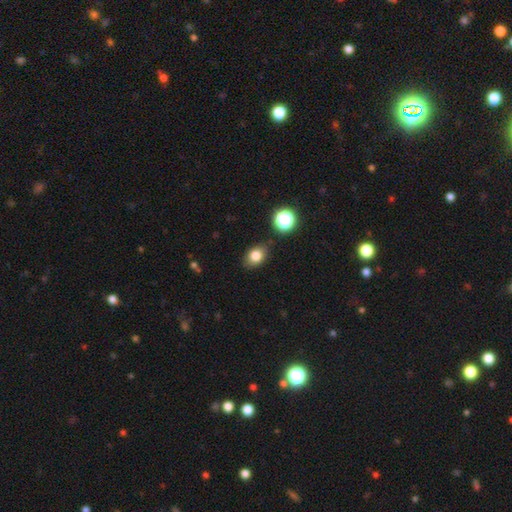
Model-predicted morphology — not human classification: Smooth or featured: smooth — 80% (star or artifact — 11%)
How rounded: in between — 70% (round — 29%)
Merging: none — 83% (minor disturbance — 12%)